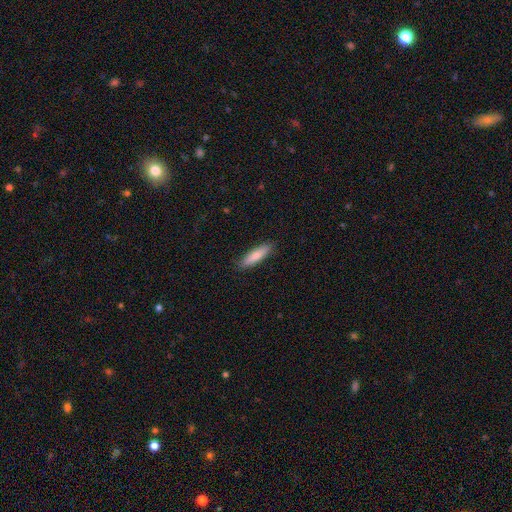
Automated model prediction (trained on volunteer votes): The model was most divided on "how rounded": cigar-shaped: 69%, in between: 30%, round: 2%. More confident: merging — none (88%); smooth or featured — smooth (76%).